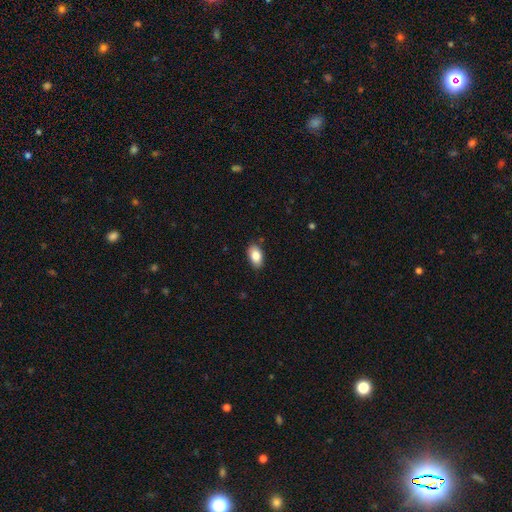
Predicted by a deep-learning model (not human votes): smooth-or-featured: smooth: 85% | featured or disk: 8% | star or artifact: 7%
  how-rounded: in between: 91% | round: 7% | cigar-shaped: 2%
  merging: none: 84% | minor disturbance: 13% | major disturbance: 2% | merger: 1%